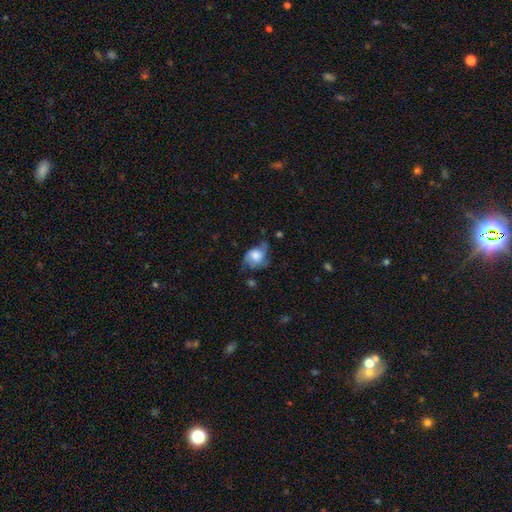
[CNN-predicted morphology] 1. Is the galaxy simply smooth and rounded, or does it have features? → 51% smooth, 41% featured or disk, 8% star or artifact.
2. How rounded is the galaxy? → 56% in between, 42% round, 1% cigar-shaped.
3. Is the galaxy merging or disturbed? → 41% none, 32% minor disturbance, 23% major disturbance, 3% merger.